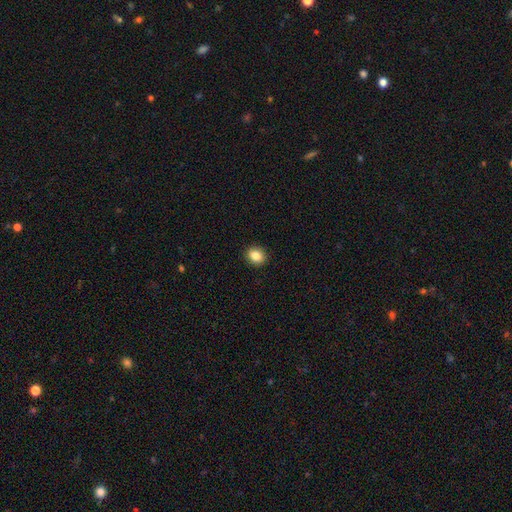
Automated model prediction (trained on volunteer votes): Smooth or featured? smooth (85%)
How rounded? round (70%)
Merging? none (92%)